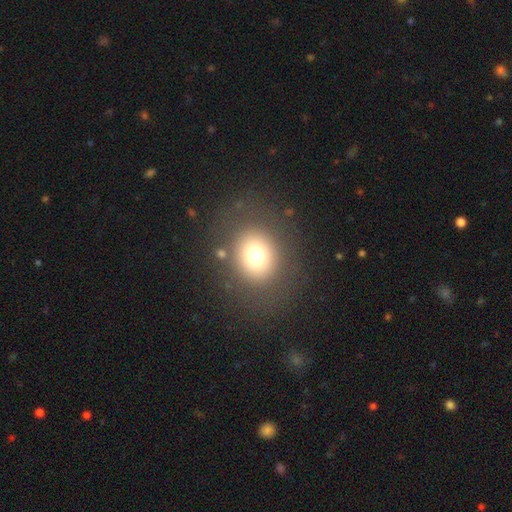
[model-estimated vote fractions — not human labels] Smooth or featured? Predicted: smooth (p=0.72). How rounded? Predicted: round (p=0.77). Merging? Predicted: none (p=0.82).